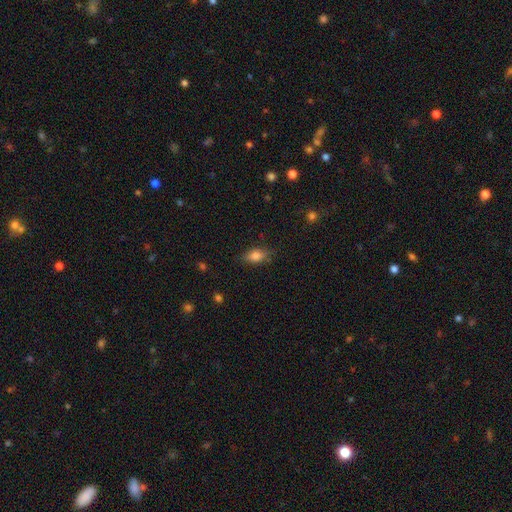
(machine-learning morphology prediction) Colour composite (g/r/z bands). It shows a smooth galaxy with no disk features (79%) that is in between round and cigar-shaped (84%). Merging: none (76%).